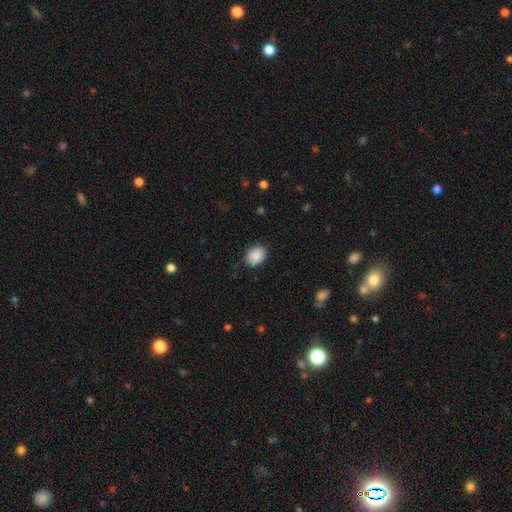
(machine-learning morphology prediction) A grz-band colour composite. It shows a smooth galaxy with no disk features (90%) that is in between round and cigar-shaped (67%). Merging: none (86%).